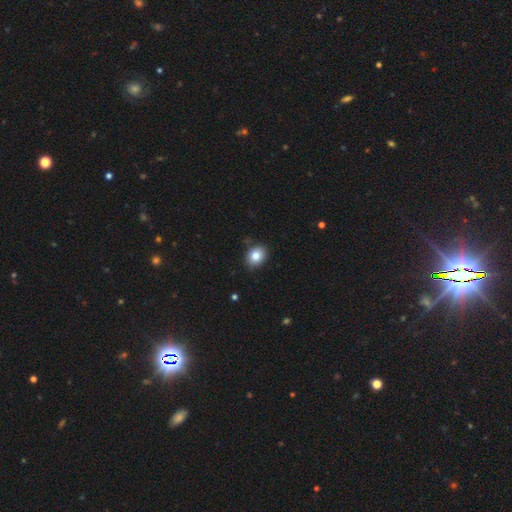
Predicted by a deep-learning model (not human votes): Q: Smooth or featured?
A: smooth (84%); runner-up: star or artifact (9%)
Q: How rounded?
A: in between (55%); runner-up: round (44%)
Q: Merging?
A: none (86%); runner-up: minor disturbance (10%)